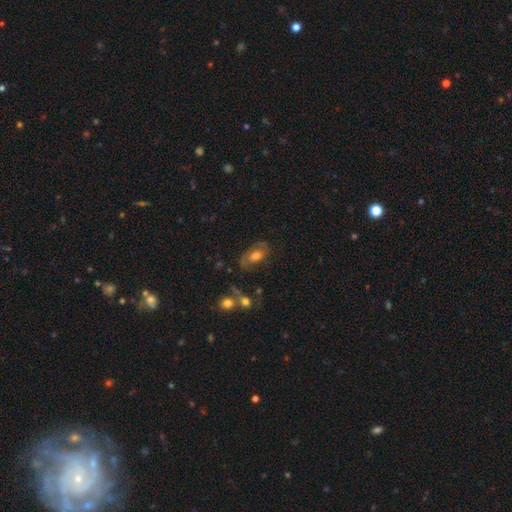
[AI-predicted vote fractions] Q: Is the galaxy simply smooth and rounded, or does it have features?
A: featured or disk — 47%.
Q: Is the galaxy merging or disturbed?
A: none — 59%.